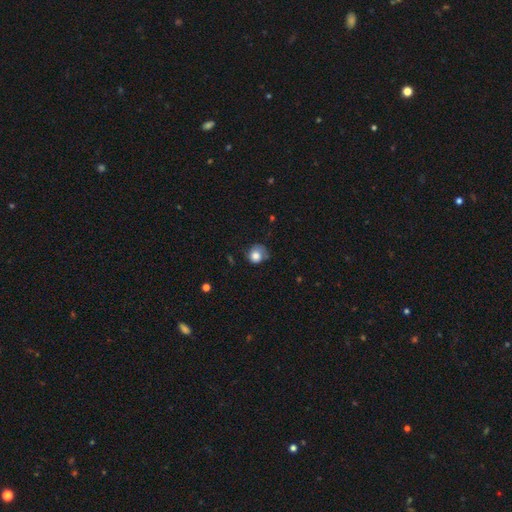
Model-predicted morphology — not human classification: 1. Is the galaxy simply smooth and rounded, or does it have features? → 77% smooth, 14% featured or disk, 9% star or artifact.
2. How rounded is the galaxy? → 77% round, 22% in between, 1% cigar-shaped.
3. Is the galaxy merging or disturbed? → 48% none, 32% minor disturbance, 17% major disturbance, 3% merger.